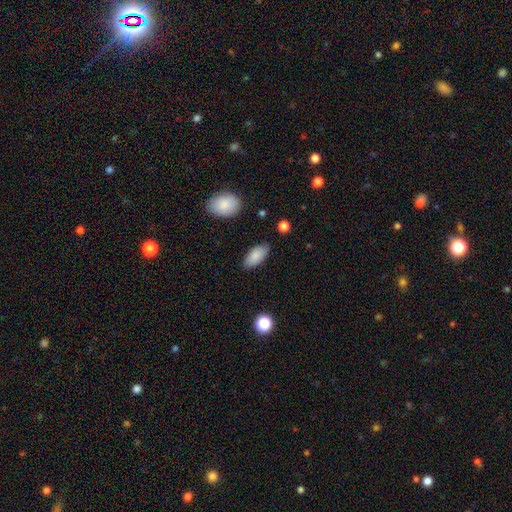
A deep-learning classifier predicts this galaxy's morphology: A smooth galaxy with no disk features (85%) that is in between round and cigar-shaped (91%). Merging: none (82%).